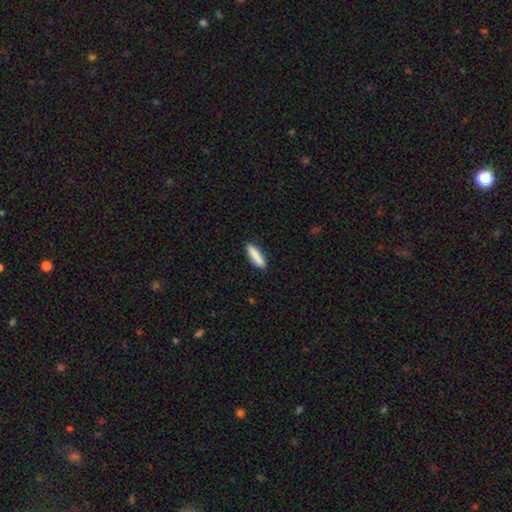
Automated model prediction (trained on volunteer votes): The model was most divided on "how rounded": cigar-shaped: 68%, in between: 31%, round: 1%. More confident: merging — none (89%); smooth or featured — smooth (88%).